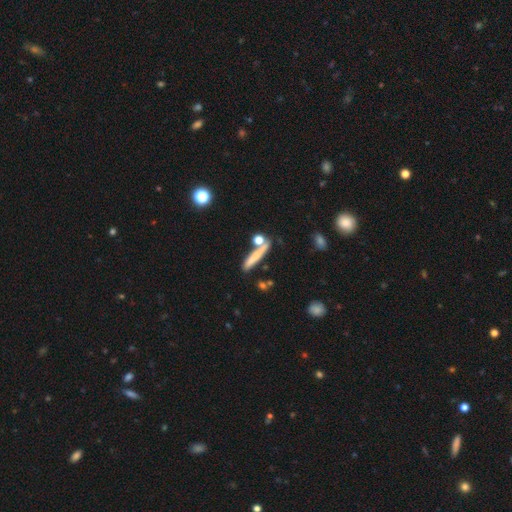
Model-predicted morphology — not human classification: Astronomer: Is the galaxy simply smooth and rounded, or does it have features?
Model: smooth — 67%.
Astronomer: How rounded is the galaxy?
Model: cigar-shaped — 85%.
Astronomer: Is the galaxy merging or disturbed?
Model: none — 67%.